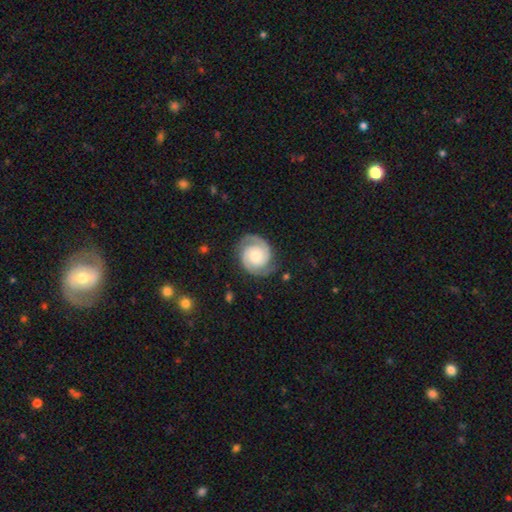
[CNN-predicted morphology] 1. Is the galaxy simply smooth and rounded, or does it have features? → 87% featured or disk, 8% smooth, 5% star or artifact.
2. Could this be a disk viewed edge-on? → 98% no, 2% yes.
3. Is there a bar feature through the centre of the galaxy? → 71% no, 23% weak, 6% strong.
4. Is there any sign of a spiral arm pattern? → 98% yes, 2% no.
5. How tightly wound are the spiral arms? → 61% tight, 33% medium, 6% loose.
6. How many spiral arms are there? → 93% 2, 2% can't tell, 1% 3, 1% 1, 1% 4, 1% more than 4.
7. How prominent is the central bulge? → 61% moderate, 24% small, 11% large, 3% none, 2% dominant.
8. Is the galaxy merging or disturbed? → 81% none, 13% minor disturbance, 4% major disturbance, 1% merger.